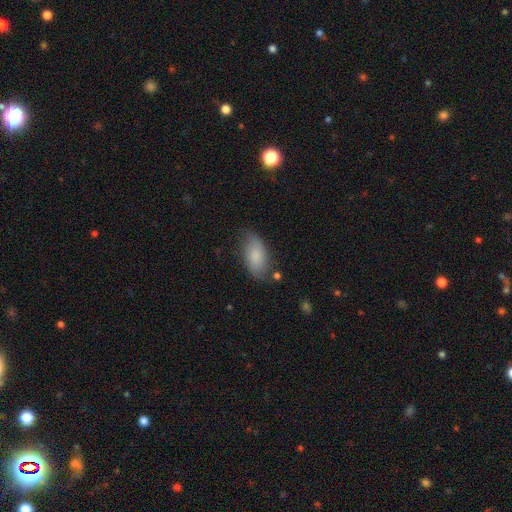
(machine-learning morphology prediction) This appears to be a smooth galaxy with no disk features (78%) that is in between round and cigar-shaped (92%). Merging: none (68%).